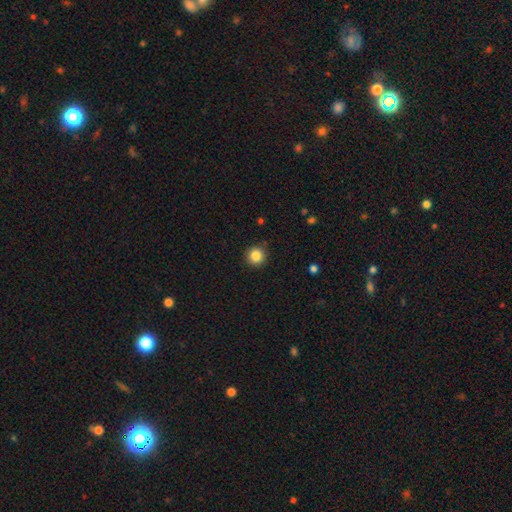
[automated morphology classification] Smooth or featured? Predicted: smooth (p=0.85). How rounded? Predicted: round (p=0.95). Merging? Predicted: none (p=0.90).